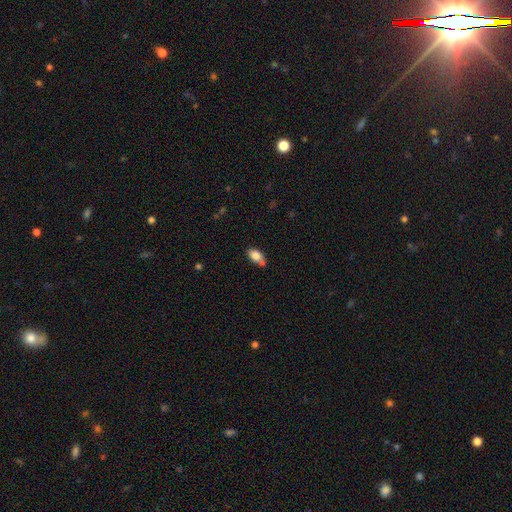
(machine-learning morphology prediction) type=smooth (84%); roundness=in between (89%); merging=none (57%).